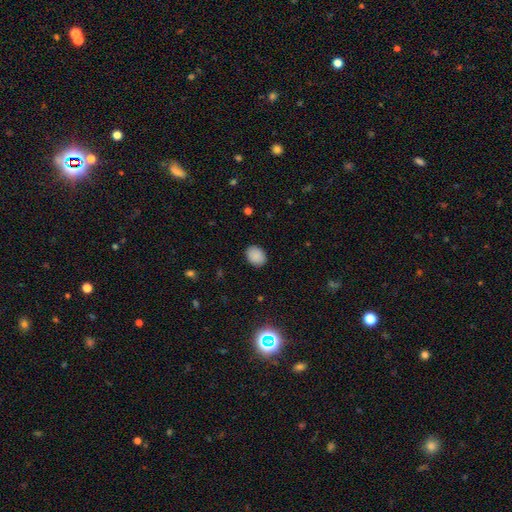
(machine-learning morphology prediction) Smooth or featured? Predicted: smooth (p=0.88). How rounded? Predicted: in between (p=0.53). Merging? Predicted: none (p=0.88).